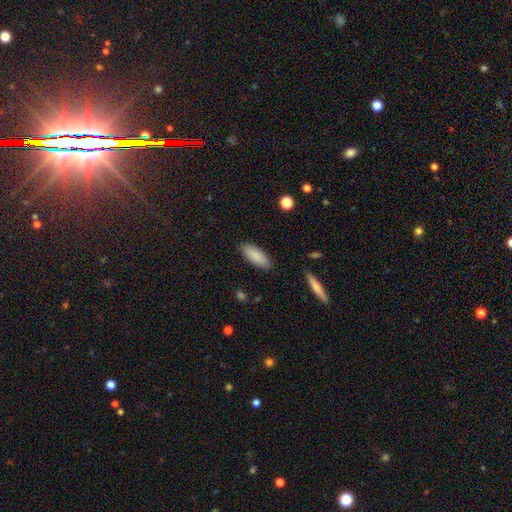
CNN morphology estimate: The model was most divided on "how rounded": in between: 71%, cigar-shaped: 27%, round: 2%. More confident: merging — none (88%); smooth or featured — smooth (87%).